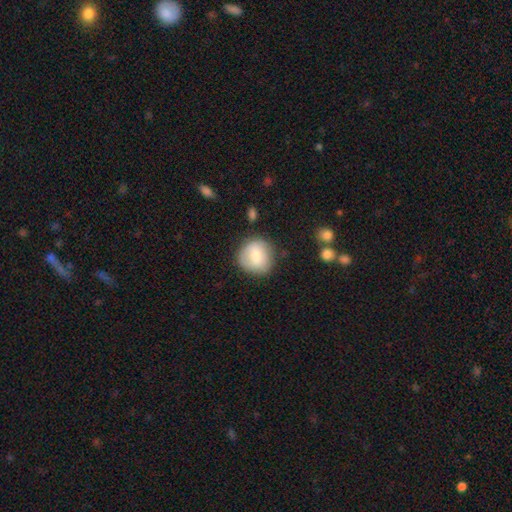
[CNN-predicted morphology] This is likely a smooth galaxy (76%). How rounded: clearly round (88%). Merging: likely none (76%).